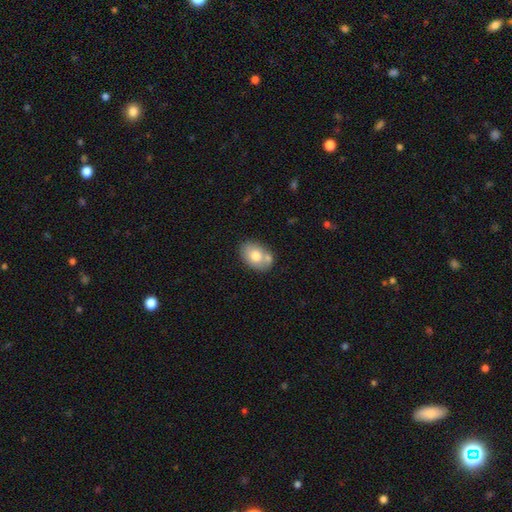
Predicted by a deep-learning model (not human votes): A smooth galaxy with no disk features (72%) that is in between round and cigar-shaped (78%). Merging: none (60%).